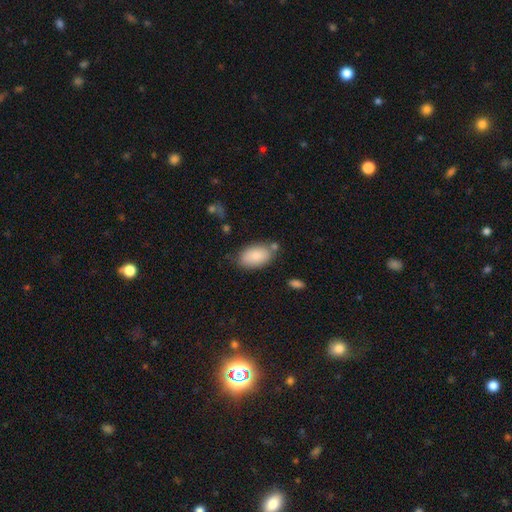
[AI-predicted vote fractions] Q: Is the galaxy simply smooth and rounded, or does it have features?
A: smooth — 84%.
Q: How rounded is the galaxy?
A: in between — 94%.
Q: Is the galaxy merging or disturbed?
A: none — 71%.